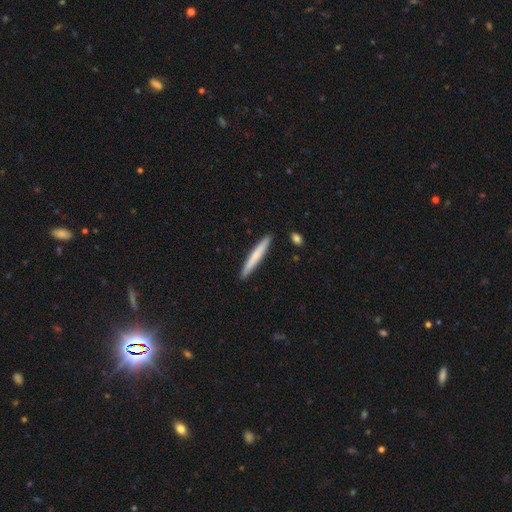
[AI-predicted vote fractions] Smooth or featured? Predicted: smooth (p=0.65). How rounded? Predicted: cigar-shaped (p=0.96). Merging? Predicted: none (p=0.90).